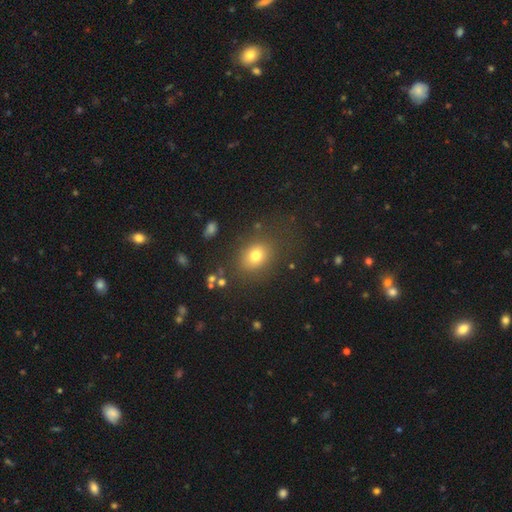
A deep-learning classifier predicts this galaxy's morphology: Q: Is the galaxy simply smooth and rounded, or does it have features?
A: smooth — 75%.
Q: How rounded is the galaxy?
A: round — 51%.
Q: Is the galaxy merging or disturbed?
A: none — 79%.